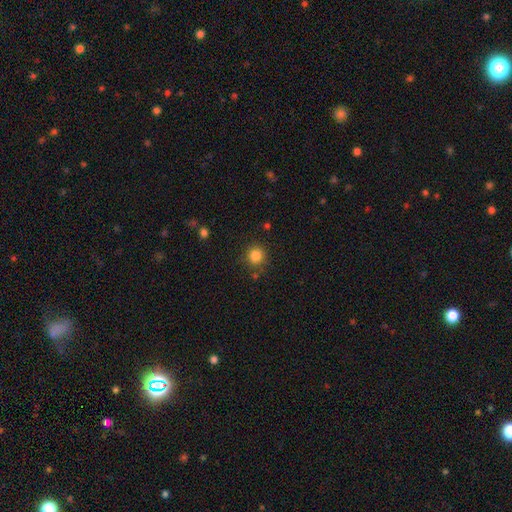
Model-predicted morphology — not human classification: Overall: smooth (84%). How rounded: round (92%). Merging: none (84%).